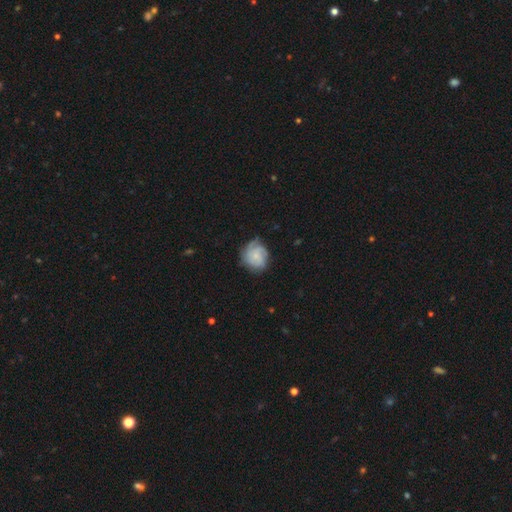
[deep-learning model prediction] This is possibly a featured or disk galaxy (56%). It is clearly not viewed edge-on (98%). Bar: likely no (76%). Spiral arm pattern: clearly yes (90%). Central bulge: likely small (63%). Merging: likely none (66%).